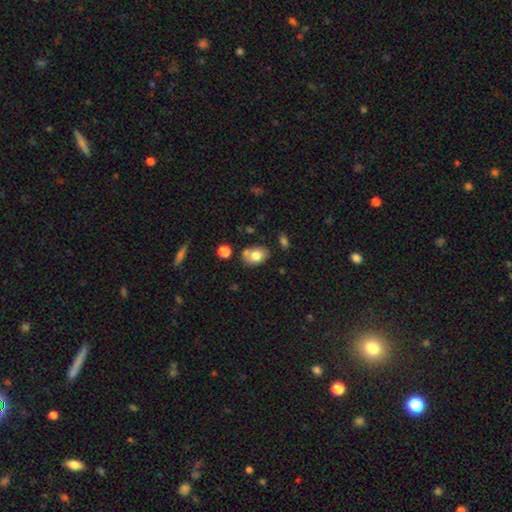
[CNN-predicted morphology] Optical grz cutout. It shows a smooth galaxy with no disk features (77%) that is in between round and cigar-shaped (75%). Merging: none (66%).